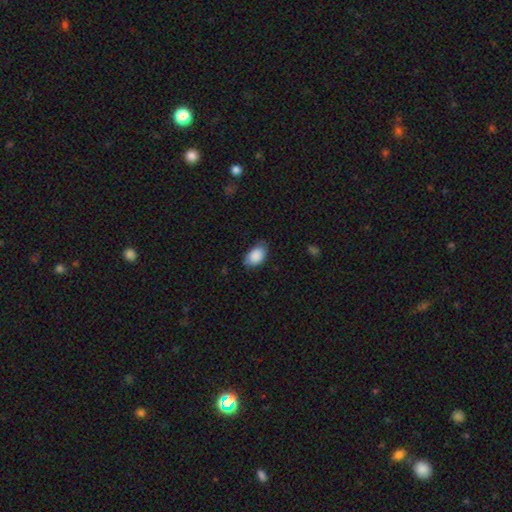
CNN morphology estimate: A smooth galaxy with no disk features (88%) that is in between round and cigar-shaped (89%).

Vote fractions:
- Smooth or featured? smooth: 88% / star or artifact: 7% / featured or disk: 6%
- How rounded? in between: 89% / round: 9% / cigar-shaped: 1%
- Merging? none: 70% / minor disturbance: 25% / major disturbance: 5% / merger: 1%